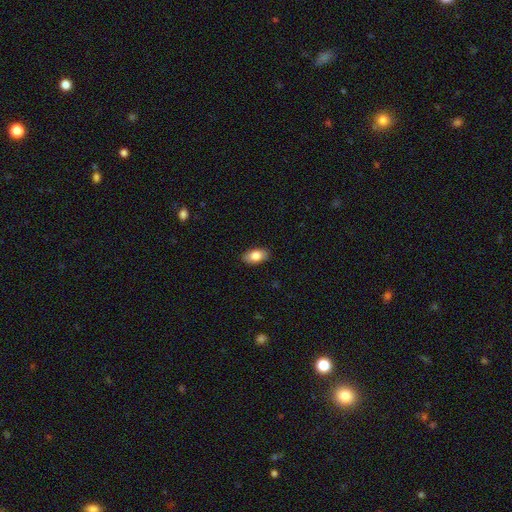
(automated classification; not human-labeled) The model was most divided on "smooth or featured": smooth: 83%, featured or disk: 10%, star or artifact: 7%. More confident: how rounded — in between (91%); merging — none (87%).